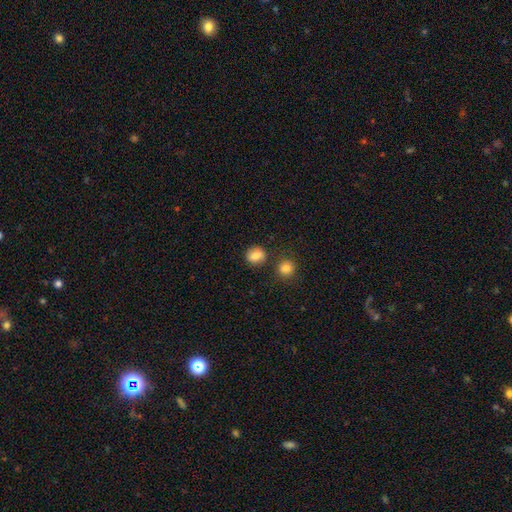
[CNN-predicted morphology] smooth-or-featured: smooth: 81% | star or artifact: 10% | featured or disk: 9%
  how-rounded: round: 69% | in between: 29% | cigar-shaped: 1%
  merging: none: 78% | minor disturbance: 11% | merger: 8% | major disturbance: 3%